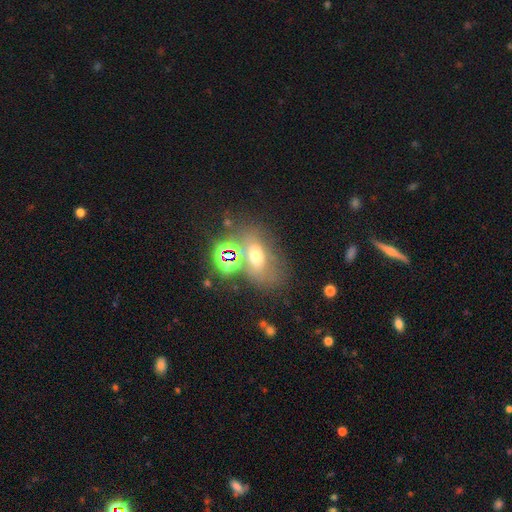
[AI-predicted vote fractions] Morphology: type=smooth (52%); roundness=in between (69%); merging=none (48%).